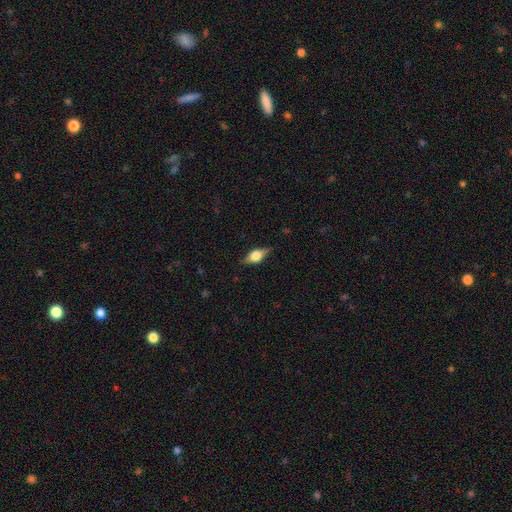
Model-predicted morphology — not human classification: This is possibly a featured or disk galaxy (51%). It is clearly viewed edge-on (94%). Merging: clearly none (82%).